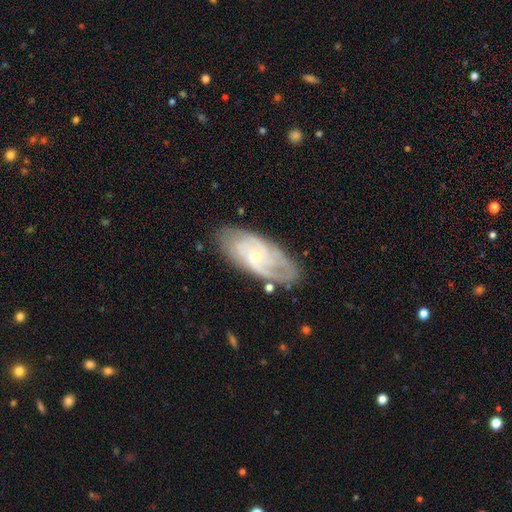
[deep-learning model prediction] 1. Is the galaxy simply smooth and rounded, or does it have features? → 77% featured or disk, 17% smooth, 6% star or artifact.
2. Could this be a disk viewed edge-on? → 92% no, 8% yes.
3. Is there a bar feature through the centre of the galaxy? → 61% no, 33% weak, 6% strong.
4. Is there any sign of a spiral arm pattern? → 92% yes, 8% no.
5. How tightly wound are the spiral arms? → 48% tight, 40% medium, 12% loose.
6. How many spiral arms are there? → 37% 2, 32% can't tell, 18% 3, 6% 4, 4% 1, 3% more than 4.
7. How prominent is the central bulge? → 73% small, 23% moderate, 2% none, 1% large, 1% dominant.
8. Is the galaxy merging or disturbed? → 75% none, 18% minor disturbance, 5% major disturbance, 2% merger.